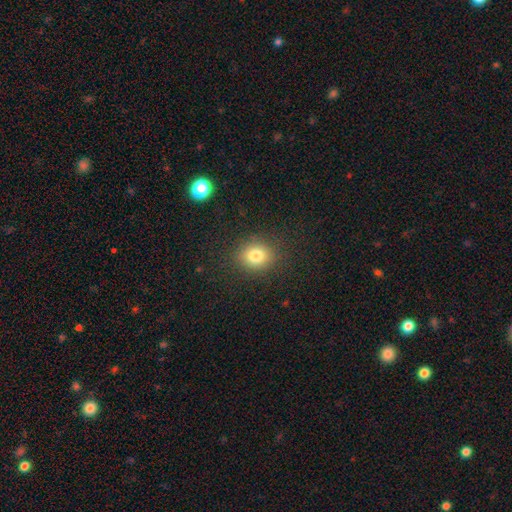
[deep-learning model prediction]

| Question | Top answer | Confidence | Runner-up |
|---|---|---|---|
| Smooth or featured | smooth | 80% | star or artifact (12%) |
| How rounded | round | 71% | in between (28%) |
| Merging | none | 87% | minor disturbance (8%) |